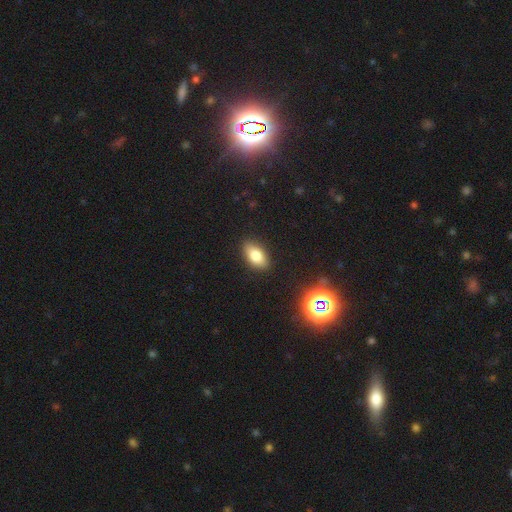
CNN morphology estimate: This appears to be a smooth galaxy with no disk features (79%) that is in between round and cigar-shaped (91%). Merging: none (86%).